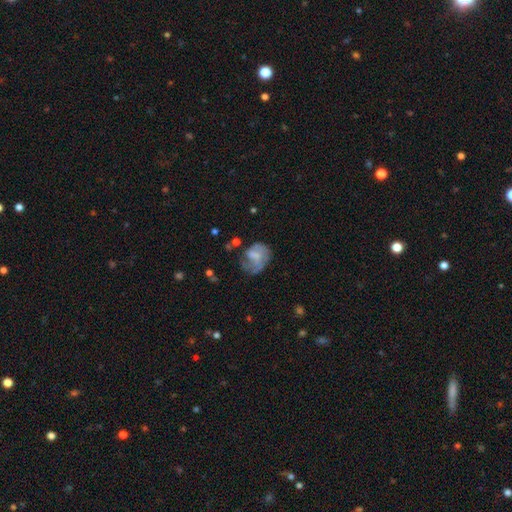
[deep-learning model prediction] This is possibly a featured or disk galaxy (46%). Merging: marginally none (36%).